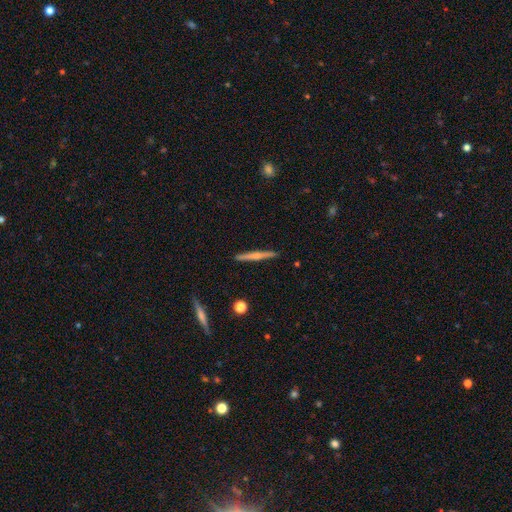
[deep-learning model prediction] Morphology: type=featured or disk (56%); edge-on=yes (98%); edge-on bulge=rounded (63%); merging=none (91%).